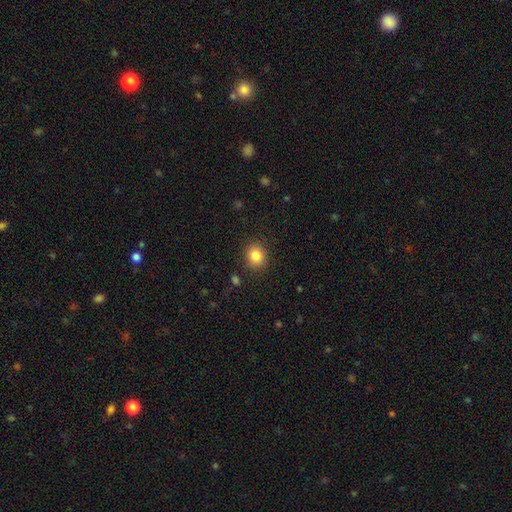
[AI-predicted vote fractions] The model was most divided on "how rounded": round: 74%, in between: 25%, cigar-shaped: 1%. More confident: merging — none (88%); smooth or featured — smooth (84%).